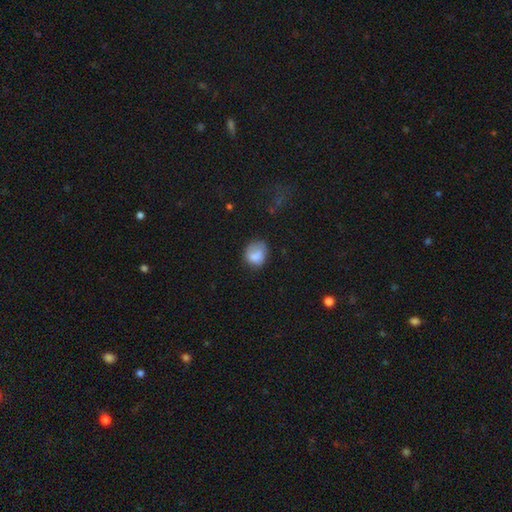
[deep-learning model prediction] Smooth or featured? Predicted: smooth (p=0.78). How rounded? Predicted: round (p=0.60). Merging? Predicted: none (p=0.56).